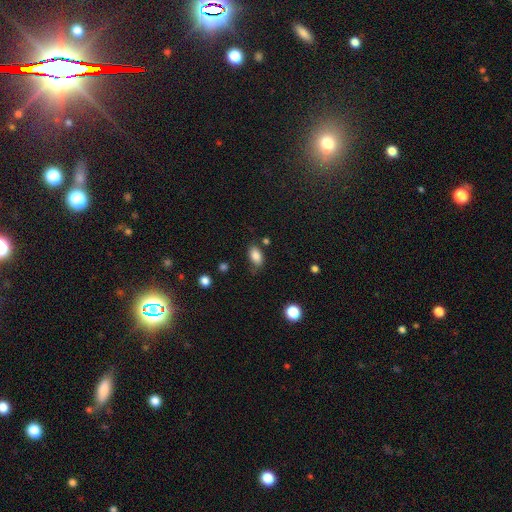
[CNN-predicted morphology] smooth-or-featured: smooth: 85% | star or artifact: 9% | featured or disk: 6%
  how-rounded: in between: 90% | round: 8% | cigar-shaped: 2%
  merging: none: 72% | minor disturbance: 19% | major disturbance: 5% | merger: 4%